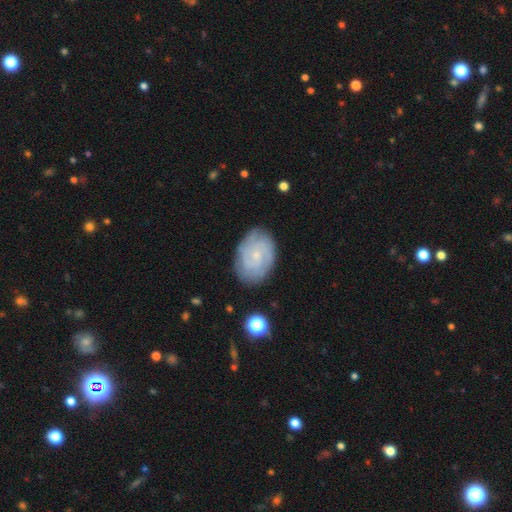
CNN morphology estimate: Smooth or featured?
  - featured or disk: 77% *
  - smooth: 17%
  - star or artifact: 6%
Edge-on disk?
  - no: 97% *
  - yes: 3%
Bar?
  - no: 68% *
  - weak: 28%
  - strong: 4%
Spiral arms?
  - yes: 94% *
  - no: 6%
Spiral winding?
  - tight: 67% *
  - medium: 27%
  - loose: 6%
Spiral arm count?
  - 2: 33% *
  - can't tell: 30%
  - 3: 19%
  - 4: 8%
  - 1: 5%
  - more than 4: 5%
Bulge size?
  - small: 78% *
  - moderate: 14%
  - none: 6%
  - large: 1%
  - dominant: 1%
Merging?
  - none: 79% *
  - minor disturbance: 15%
  - major disturbance: 4%
  - merger: 1%